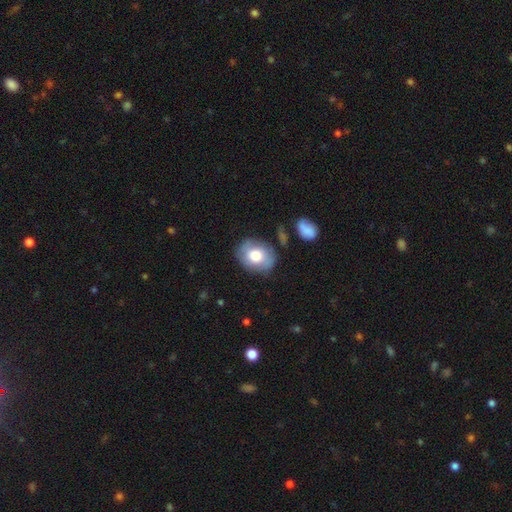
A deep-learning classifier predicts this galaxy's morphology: Overall: smooth (72%). How rounded: in between (57%; round 42%). Merging: none (76%).